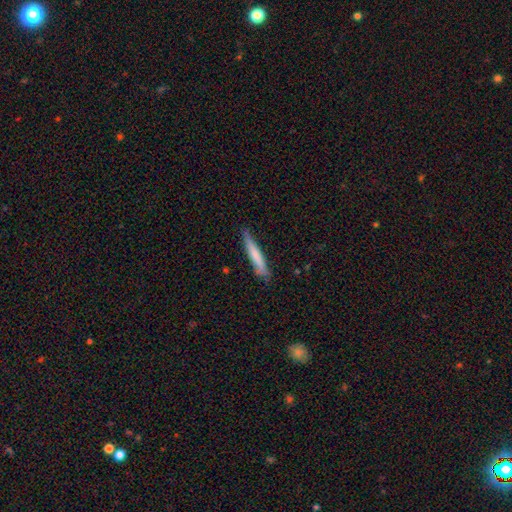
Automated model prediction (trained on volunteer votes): smooth_or_featured: smooth (p=0.72) [alt: featured or disk p=0.22]
how_rounded: cigar-shaped (p=0.93) [alt: in between p=0.06]
merging: none (p=0.76) [alt: minor disturbance p=0.19]